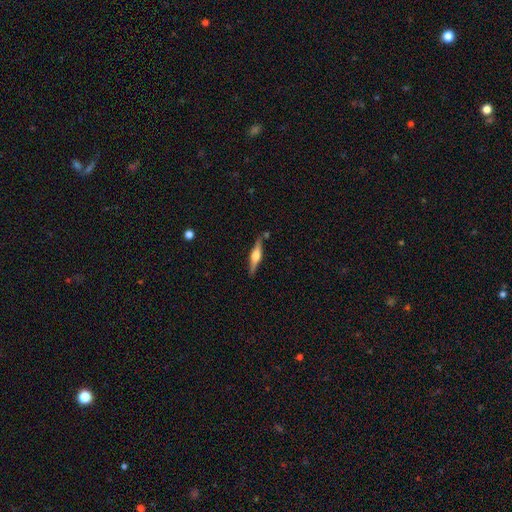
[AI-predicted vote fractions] Morphology: type=featured or disk (72%); edge-on=yes (97%); edge-on bulge=rounded (88%); merging=none (84%).